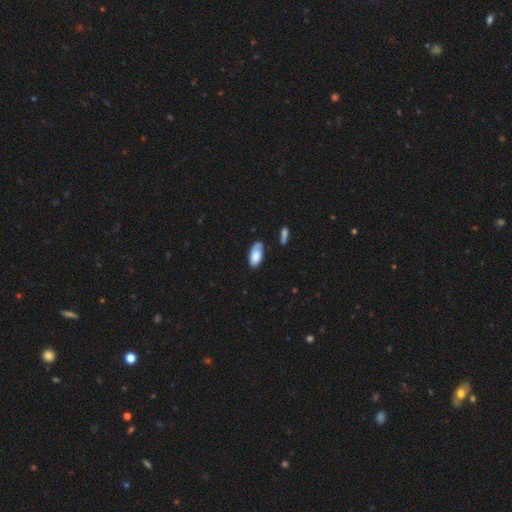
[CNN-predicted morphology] This appears to be a smooth galaxy with no disk features (78%) that is in between round and cigar-shaped (93%). Merging: none (58%).